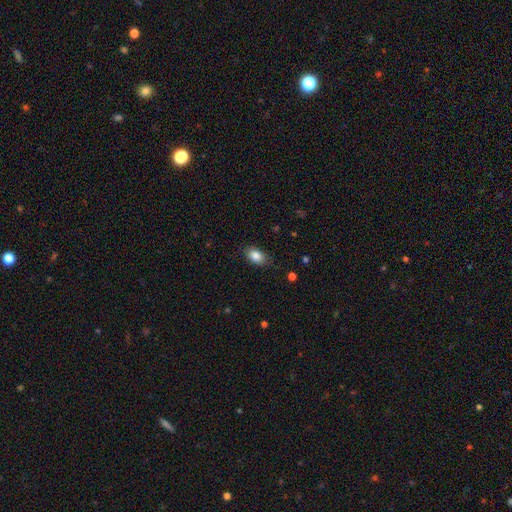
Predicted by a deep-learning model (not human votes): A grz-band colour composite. It shows a smooth galaxy with no disk features (85%) that is in between round and cigar-shaped (88%). Merging: none (81%).